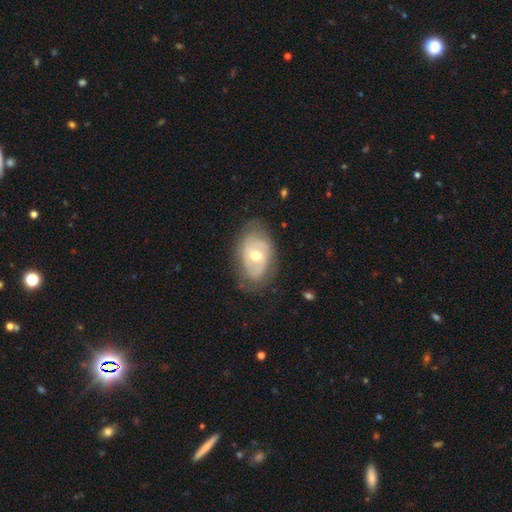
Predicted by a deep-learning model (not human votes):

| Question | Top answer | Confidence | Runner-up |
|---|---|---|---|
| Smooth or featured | featured or disk | 74% | smooth (21%) |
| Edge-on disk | no | 95% | yes (5%) |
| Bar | no | 59% | weak (32%) |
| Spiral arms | yes | 81% | no (19%) |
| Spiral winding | tight | 52% | medium (34%) |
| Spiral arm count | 2 | 48% | can't tell (31%) |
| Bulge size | moderate | 72% | small (22%) |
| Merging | none | 70% | minor disturbance (21%) |